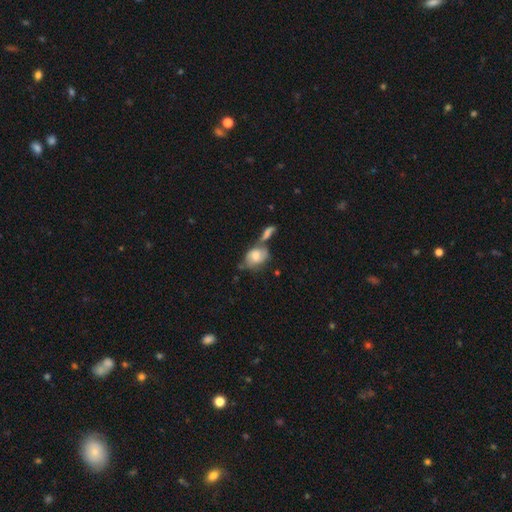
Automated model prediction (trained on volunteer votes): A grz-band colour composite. It shows a smooth galaxy with no disk features (49%). Merging: merger (44%).